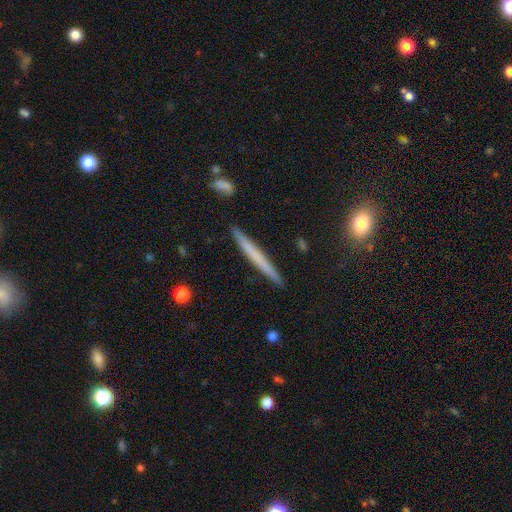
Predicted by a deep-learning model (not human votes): A smooth galaxy with no disk features (55%) that is cigar-shaped (97%).

Vote fractions:
- Smooth or featured? smooth: 55% / featured or disk: 39% / star or artifact: 6%
- How rounded? cigar-shaped: 97% / in between: 2% / round: 1%
- Merging? none: 90% / minor disturbance: 7% / major disturbance: 1% / merger: 1%